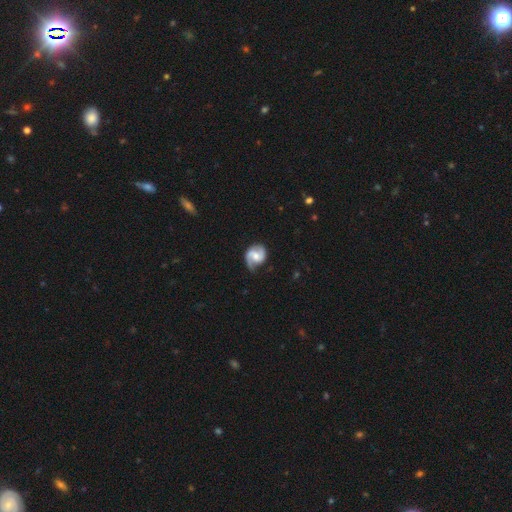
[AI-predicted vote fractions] Smooth or featured? featured or disk (82%)
Edge-on disk? no (98%)
Bar? weak (44%)
Spiral arms? yes (96%)
Spiral winding? medium (49%)
Spiral arm count? 2 (84%)
Bulge size? moderate (58%)
Merging? none (69%)